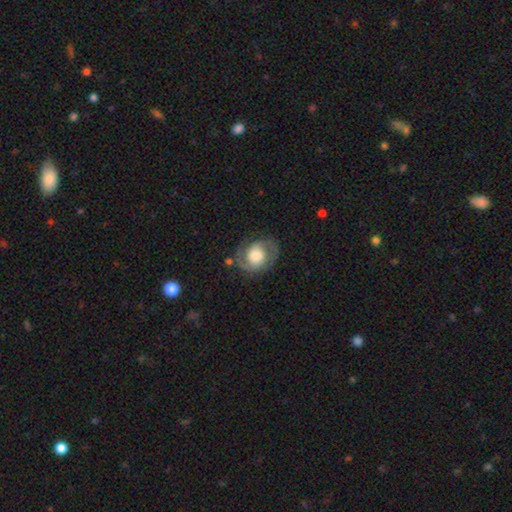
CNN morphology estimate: smooth_or_featured: featured or disk (p=0.77) [alt: smooth p=0.17]
disk_edge_on: no (p=0.98) [alt: yes p=0.02]
bar: no (p=0.65) [alt: weak p=0.28]
has_spiral_arms: yes (p=0.92) [alt: no p=0.08]
spiral_winding: medium (p=0.51) [alt: tight p=0.32]
spiral_arm_count: 2 (p=0.89) [alt: can't tell p=0.04]
bulge_size: large (p=0.48) [alt: moderate p=0.31]
merging: none (p=0.73) [alt: minor disturbance p=0.17]